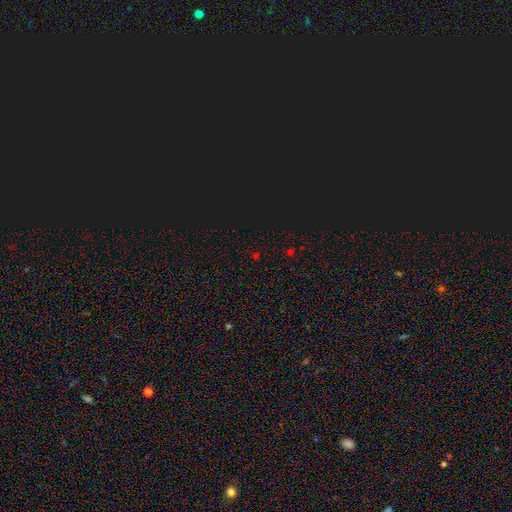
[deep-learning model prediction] Smooth or featured? star or artifact (68%)